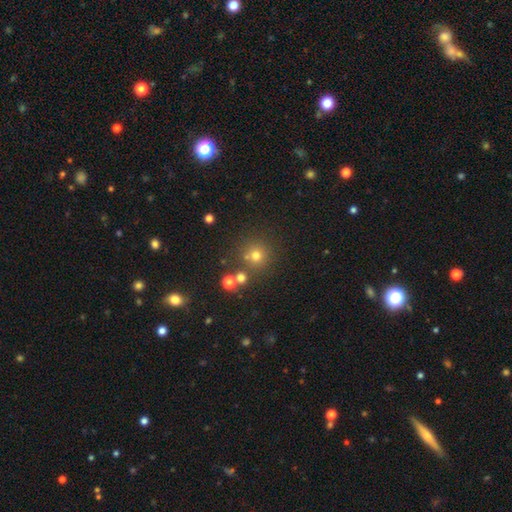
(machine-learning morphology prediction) This is likely a smooth galaxy (70%). How rounded: clearly round (93%). Merging: likely none (74%).